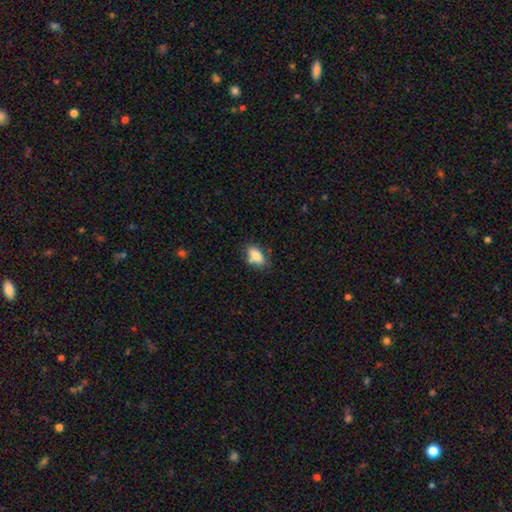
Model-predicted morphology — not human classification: Smooth or featured?
  - smooth: 80% *
  - featured or disk: 12%
  - star or artifact: 8%
How rounded?
  - in between: 87% *
  - round: 7%
  - cigar-shaped: 6%
Merging?
  - none: 67% *
  - minor disturbance: 18%
  - merger: 11%
  - major disturbance: 4%